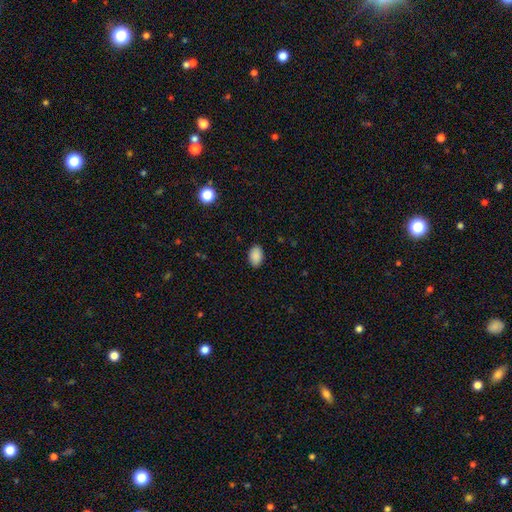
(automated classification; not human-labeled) Smooth or featured: smooth — 89% (star or artifact — 8%)
How rounded: in between — 89% (round — 10%)
Merging: none — 87% (minor disturbance — 10%)